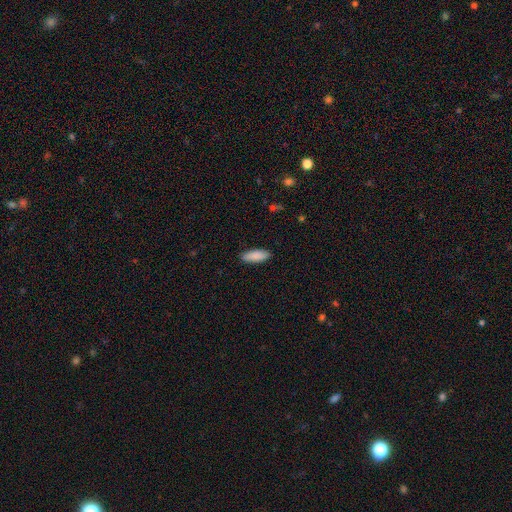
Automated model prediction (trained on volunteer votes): Smooth or featured? Predicted: smooth (p=0.89). How rounded? Predicted: in between (p=0.66). Merging? Predicted: none (p=0.89).